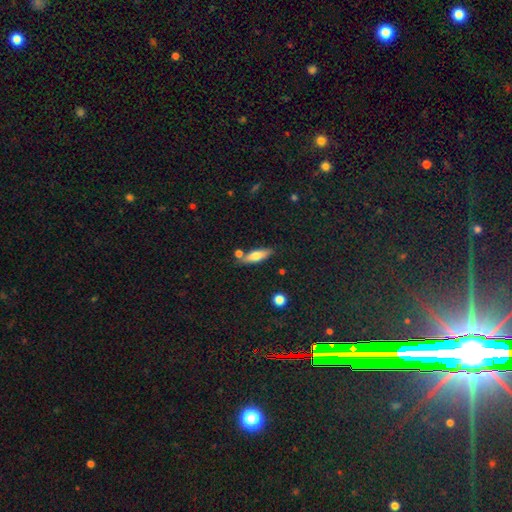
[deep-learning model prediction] smooth-or-featured: smooth: 66% | featured or disk: 27% | star or artifact: 7%
  how-rounded: cigar-shaped: 51% | in between: 46% | round: 3%
  merging: none: 72% | minor disturbance: 14% | merger: 11% | major disturbance: 3%